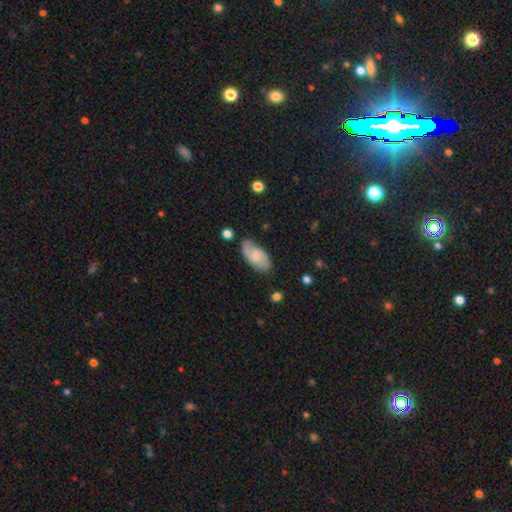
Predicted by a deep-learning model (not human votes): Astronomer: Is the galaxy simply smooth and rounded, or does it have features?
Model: smooth — 52% (runner-up: featured or disk, 42%).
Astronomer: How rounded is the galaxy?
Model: in between — 92%.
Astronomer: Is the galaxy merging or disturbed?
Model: none — 76%.